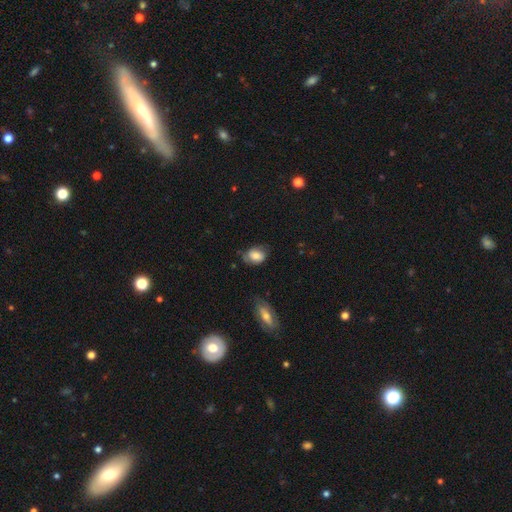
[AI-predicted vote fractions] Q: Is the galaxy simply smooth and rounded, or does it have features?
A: smooth — 69%.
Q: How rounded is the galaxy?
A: in between — 71%.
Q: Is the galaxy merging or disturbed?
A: none — 58%.